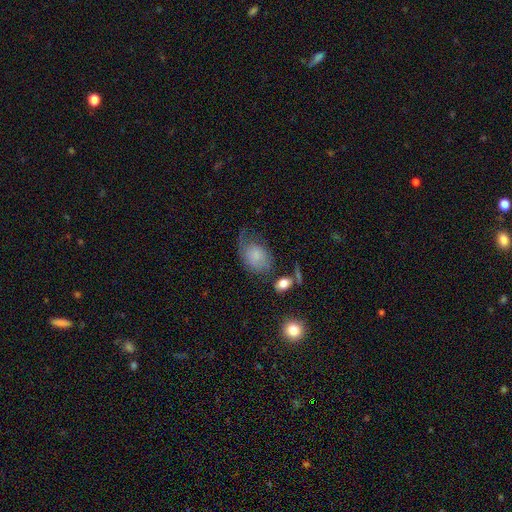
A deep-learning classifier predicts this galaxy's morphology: Smooth or featured: smooth — 56% (featured or disk — 35%)
How rounded: in between — 74% (round — 25%)
Merging: none — 36% (minor disturbance — 31%)